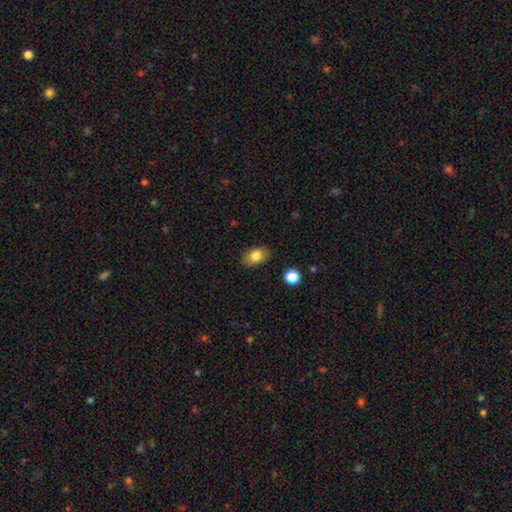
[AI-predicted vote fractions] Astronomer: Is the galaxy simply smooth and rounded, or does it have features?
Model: smooth — 82%.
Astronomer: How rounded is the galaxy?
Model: in between — 81%.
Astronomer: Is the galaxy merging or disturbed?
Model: none — 84%.